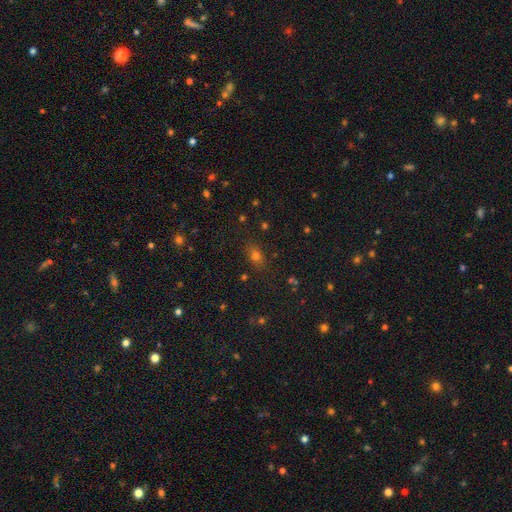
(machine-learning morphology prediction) Smooth or featured?
  - smooth: 67% *
  - star or artifact: 23%
  - featured or disk: 10%
How rounded?
  - in between: 65% *
  - round: 30%
  - cigar-shaped: 5%
Merging?
  - none: 82% *
  - minor disturbance: 12%
  - major disturbance: 4%
  - merger: 2%